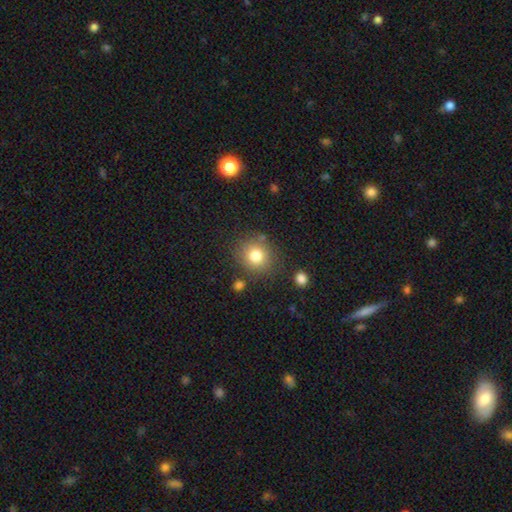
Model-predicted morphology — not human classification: A smooth galaxy with no disk features (80%) that is round (83%). Merging: none (79%).